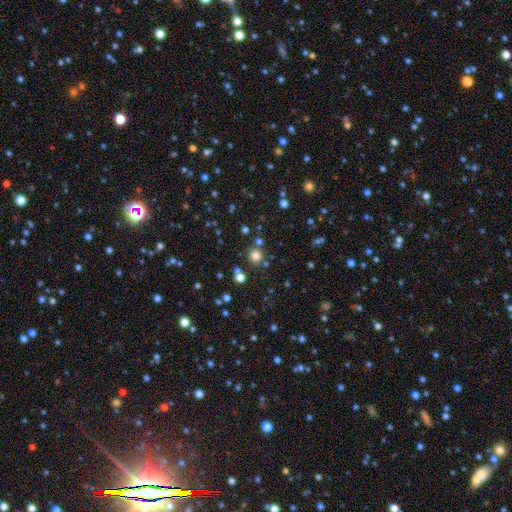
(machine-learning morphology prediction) Smooth or featured: smooth — 76% (star or artifact — 18%)
How rounded: round — 93% (in between — 6%)
Merging: none — 81% (merger — 8%)